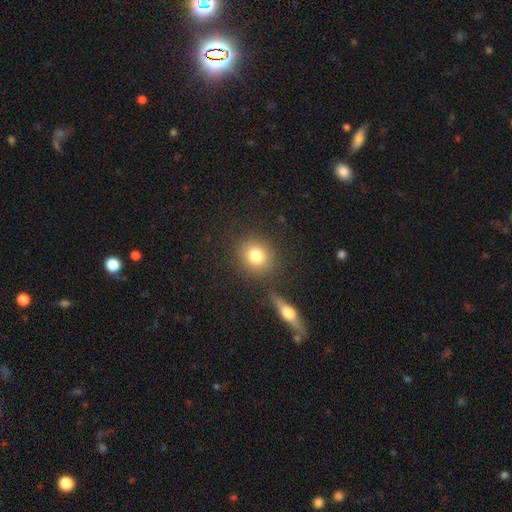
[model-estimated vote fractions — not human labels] Smooth or featured?
  - smooth: 80% *
  - featured or disk: 10%
  - star or artifact: 10%
How rounded?
  - round: 81% *
  - in between: 17%
  - cigar-shaped: 1%
Merging?
  - none: 80% *
  - minor disturbance: 9%
  - merger: 8%
  - major disturbance: 4%